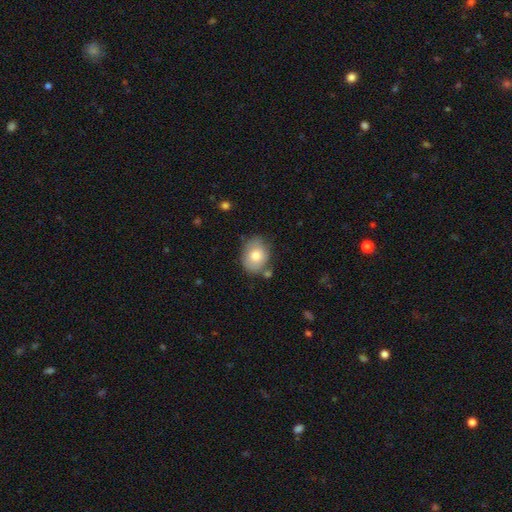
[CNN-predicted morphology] The model was most divided on "how rounded": in between: 60%, round: 39%, cigar-shaped: 1%. More confident: smooth or featured — smooth (76%); merging — none (66%).